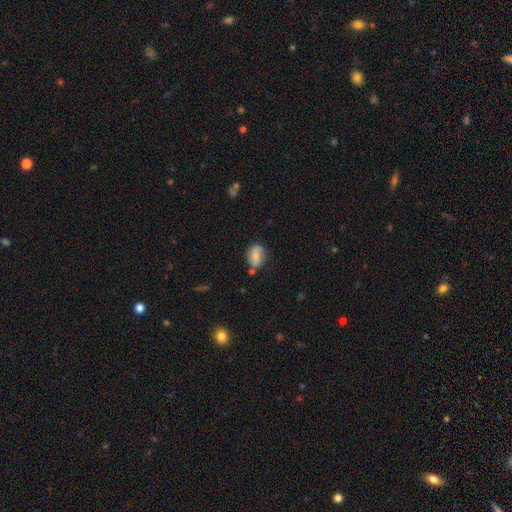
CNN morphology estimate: Overall: smooth (58%; featured or disk 34%). How rounded: in between (64%; round 35%). Merging: none (67%).